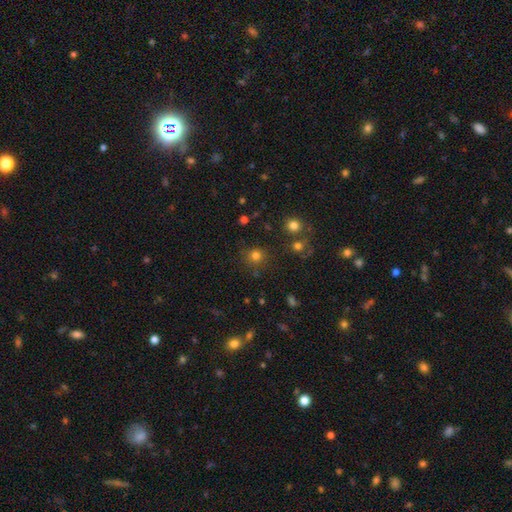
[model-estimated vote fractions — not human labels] Morphology: type=smooth (76%); roundness=round (90%); merging=none (83%).